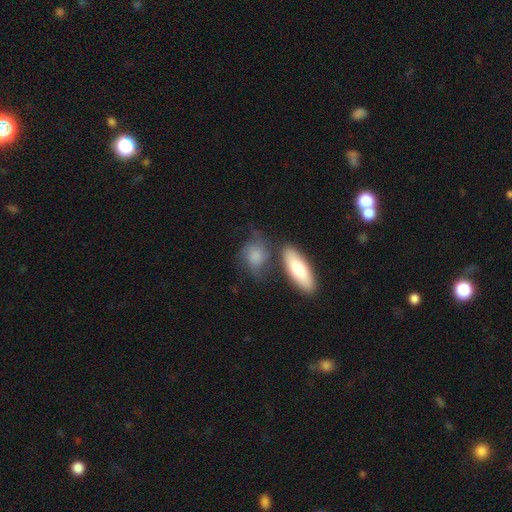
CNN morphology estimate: smooth_or_featured: smooth (p=0.66) [alt: featured or disk p=0.26]
how_rounded: in between (p=0.65) [alt: round p=0.29]
merging: none (p=0.45) [alt: minor disturbance p=0.24]